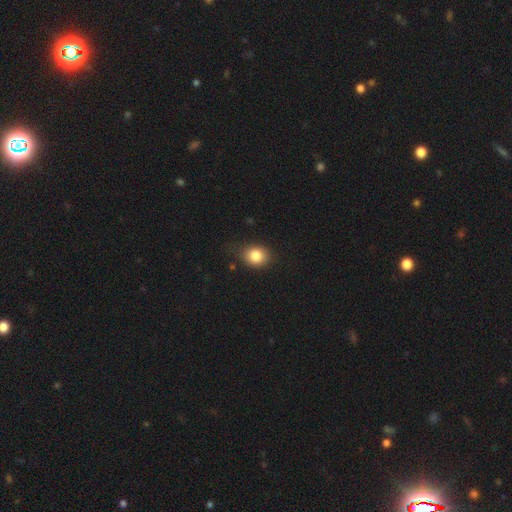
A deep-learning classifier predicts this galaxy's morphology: A smooth galaxy with no disk features (82%) that is round (58%).

Vote fractions:
- Smooth or featured? smooth: 82% / star or artifact: 10% / featured or disk: 8%
- How rounded? round: 58% / in between: 41% / cigar-shaped: 1%
- Merging? none: 71% / minor disturbance: 22% / major disturbance: 5% / merger: 2%